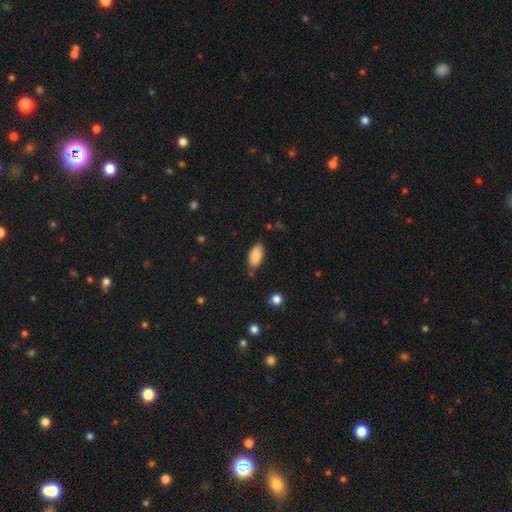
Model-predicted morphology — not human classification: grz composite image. It shows a smooth galaxy with no disk features (88%) that is in between round and cigar-shaped (92%). Merging: none (79%).